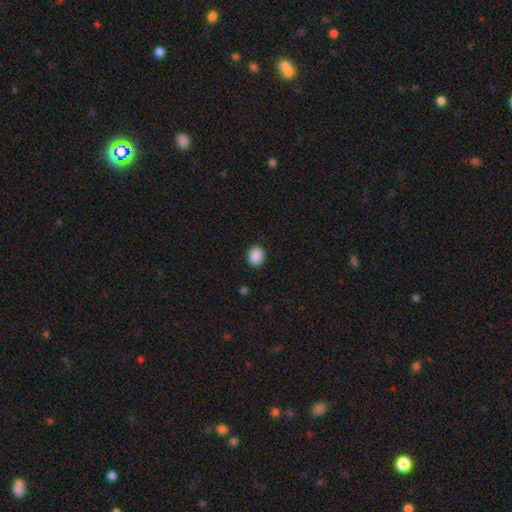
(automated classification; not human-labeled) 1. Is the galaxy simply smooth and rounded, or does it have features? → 89% smooth, 8% star or artifact, 2% featured or disk.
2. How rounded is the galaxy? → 52% round, 47% in between, 1% cigar-shaped.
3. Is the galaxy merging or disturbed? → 89% none, 8% minor disturbance, 2% major disturbance, 1% merger.